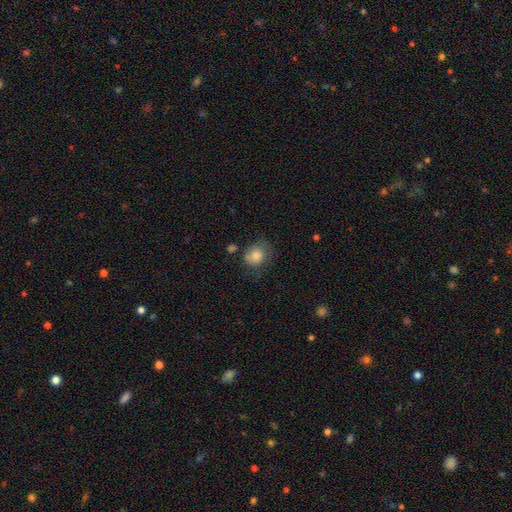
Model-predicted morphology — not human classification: A smooth galaxy with no disk features (79%) that is round (61%). Merging: none (53%).